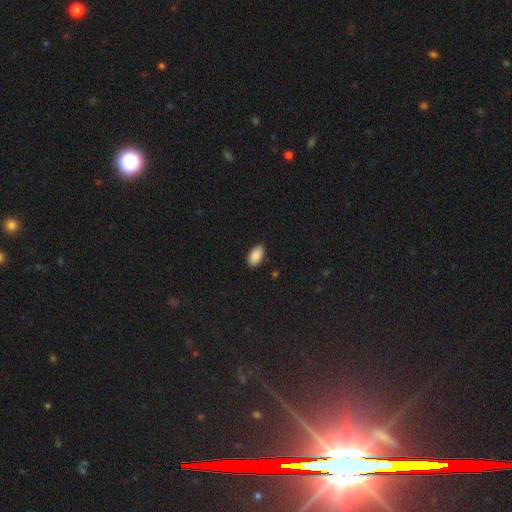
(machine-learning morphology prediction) Overall: smooth (89%). How rounded: in between (95%). Merging: none (87%).